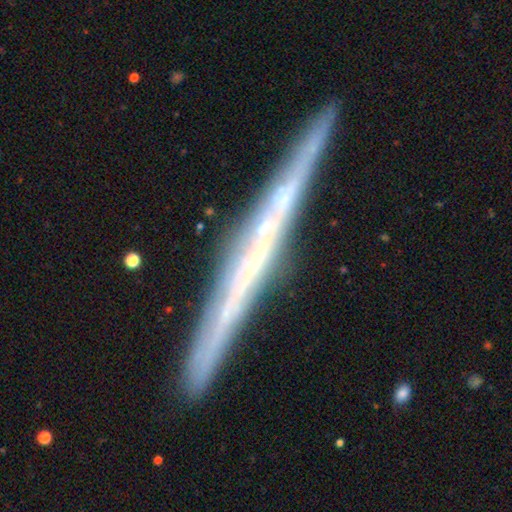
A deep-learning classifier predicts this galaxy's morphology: type=featured or disk (76%); edge-on=yes (97%); edge-on bulge=none (81%); merging=none (89%).